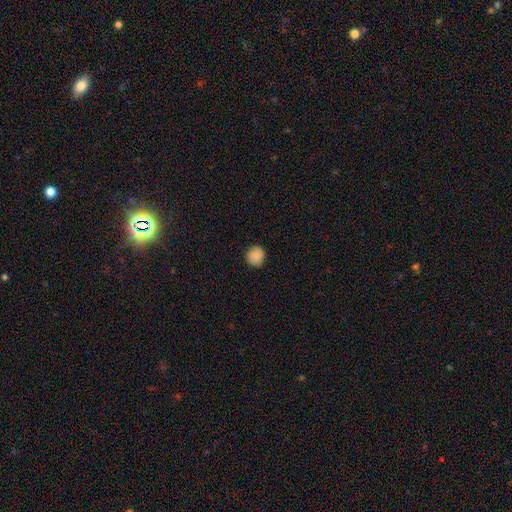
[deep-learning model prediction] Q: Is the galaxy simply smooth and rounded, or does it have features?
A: smooth — 86%.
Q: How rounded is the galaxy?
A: round — 88%.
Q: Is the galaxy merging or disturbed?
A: none — 88%.